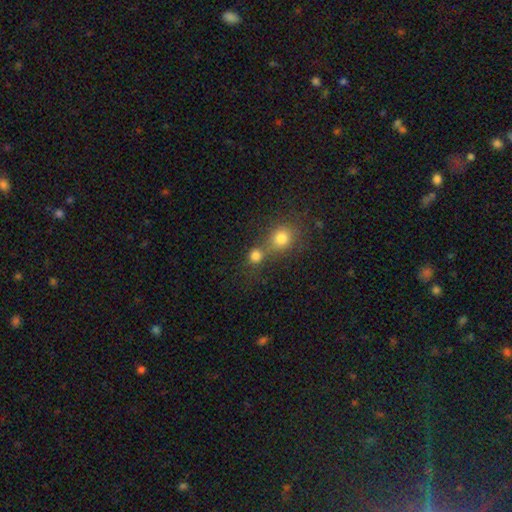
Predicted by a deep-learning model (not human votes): Q: Smooth or featured?
A: smooth (78%); runner-up: star or artifact (14%)
Q: How rounded?
A: round (86%); runner-up: in between (12%)
Q: Merging?
A: none (47%); runner-up: merger (42%)